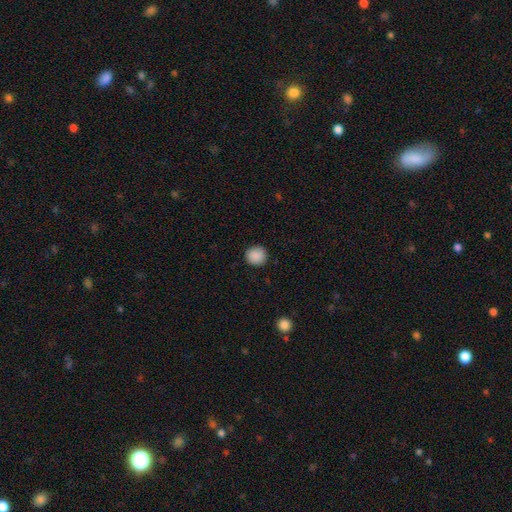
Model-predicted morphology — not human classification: Overall: smooth (89%). How rounded: round (91%). Merging: none (90%).